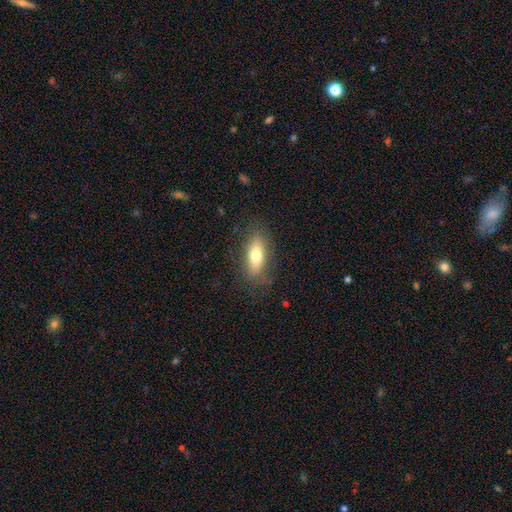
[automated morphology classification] Smooth or featured? Predicted: smooth (p=0.69). How rounded? Predicted: in between (p=0.71). Merging? Predicted: none (p=0.80).